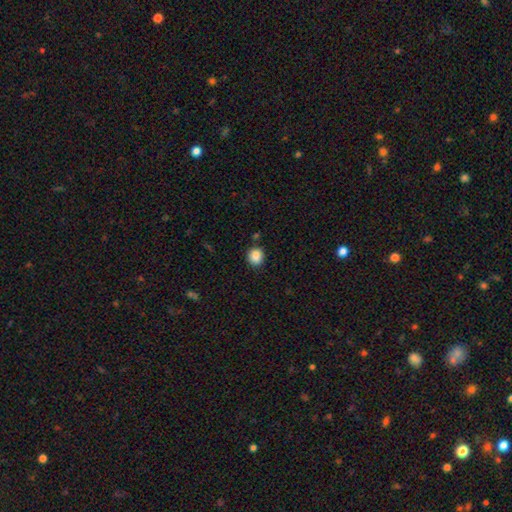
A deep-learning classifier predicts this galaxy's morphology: The model was most divided on "how rounded": round: 78%, in between: 21%, cigar-shaped: 1%. More confident: smooth or featured — smooth (87%); merging — none (85%).